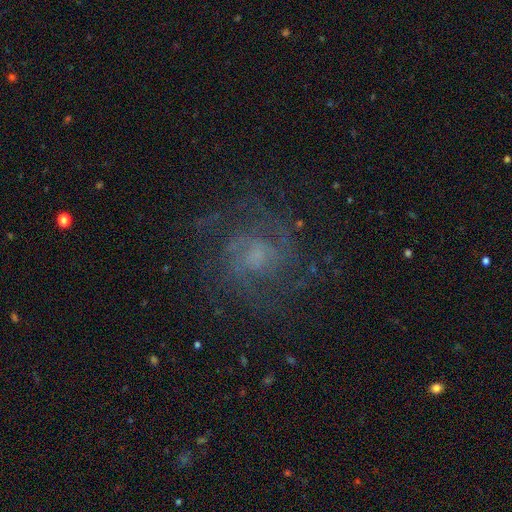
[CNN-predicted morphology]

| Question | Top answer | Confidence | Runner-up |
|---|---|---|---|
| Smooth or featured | featured or disk | 79% | star or artifact (11%) |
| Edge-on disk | no | 98% | yes (2%) |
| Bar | no | 62% | weak (33%) |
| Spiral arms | yes | 94% | no (6%) |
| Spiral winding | tight | 44% | tied: medium (44%) |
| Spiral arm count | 2 | 34% | can't tell (27%) |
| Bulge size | small | 44% | moderate (29%) |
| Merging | none | 73% | minor disturbance (15%) |